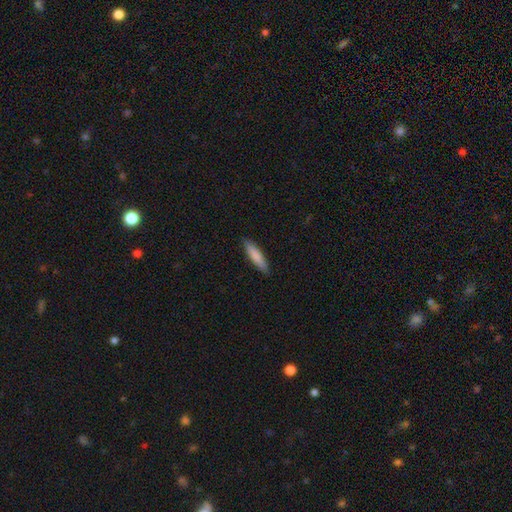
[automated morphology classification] Q: Smooth or featured?
A: smooth (83%); runner-up: featured or disk (12%)
Q: How rounded?
A: cigar-shaped (76%); runner-up: in between (23%)
Q: Merging?
A: none (88%); runner-up: minor disturbance (10%)